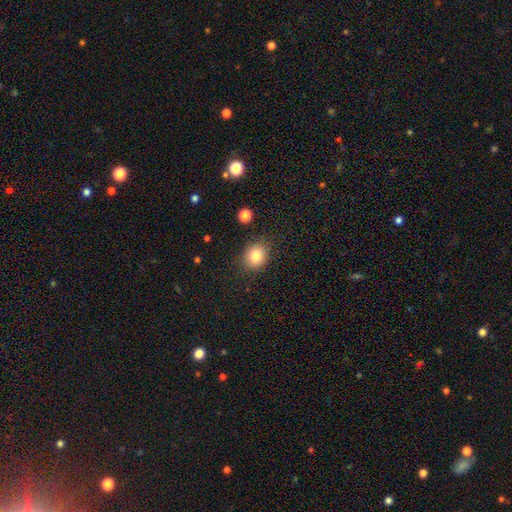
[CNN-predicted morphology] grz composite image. It shows a smooth galaxy with no disk features (82%) that is round (65%). Merging: none (85%).